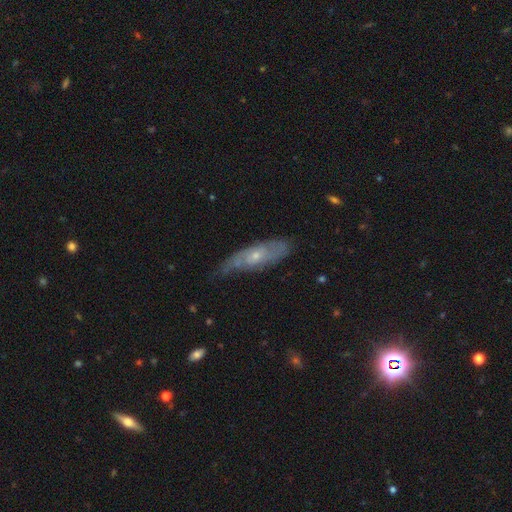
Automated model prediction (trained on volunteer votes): smooth_or_featured: featured or disk (p=0.64) [alt: smooth p=0.29]
disk_edge_on: no (p=0.74) [alt: yes p=0.26]
merging: none (p=0.61) [alt: minor disturbance p=0.29]